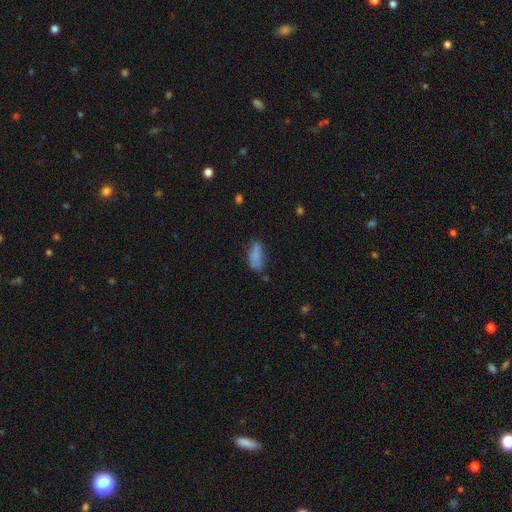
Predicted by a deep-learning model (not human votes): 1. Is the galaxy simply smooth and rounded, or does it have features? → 76% smooth, 14% featured or disk, 10% star or artifact.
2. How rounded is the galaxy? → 76% in between, 21% cigar-shaped, 3% round.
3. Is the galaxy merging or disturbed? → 49% none, 30% minor disturbance, 15% major disturbance, 6% merger.